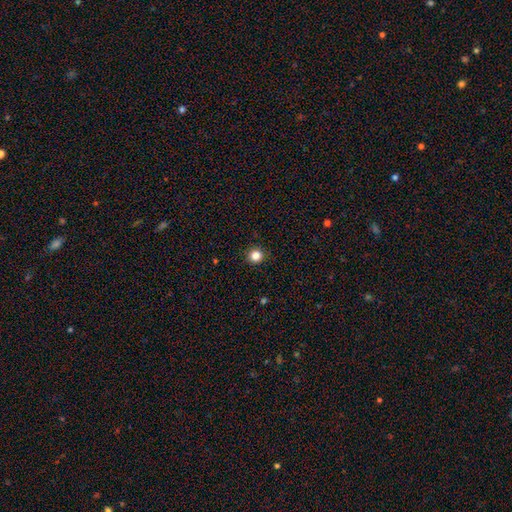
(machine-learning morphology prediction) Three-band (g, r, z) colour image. It shows a smooth galaxy with no disk features (84%) that is round (94%). Merging: none (93%).